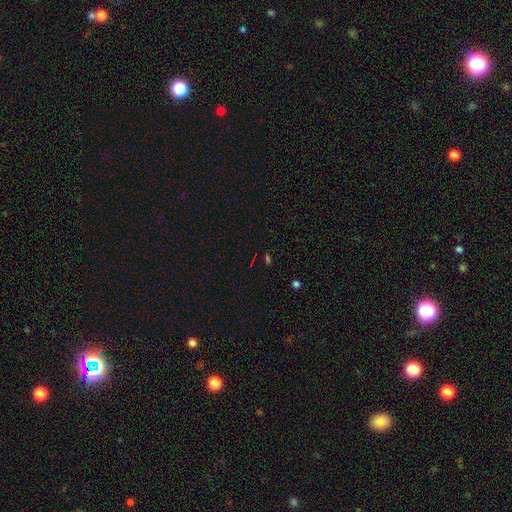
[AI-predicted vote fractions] The model was most divided on "smooth or featured": star or artifact: 54%, smooth: 35%, featured or disk: 11%.